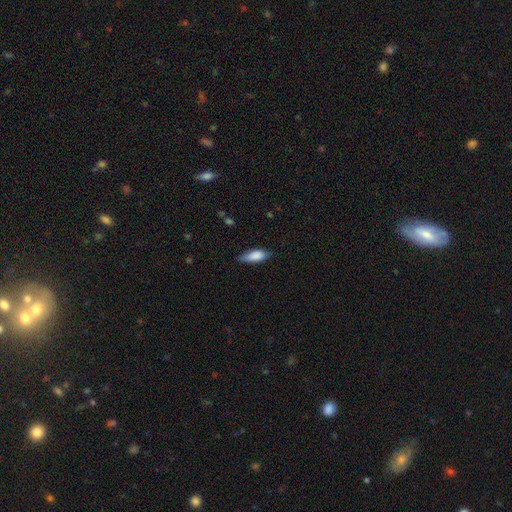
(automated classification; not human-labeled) Overall: smooth (83%). How rounded: in between (65%; cigar-shaped 33%). Merging: none (74%).